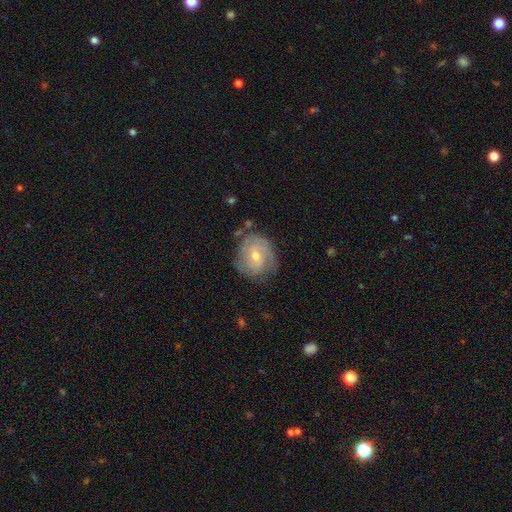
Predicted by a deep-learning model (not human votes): This appears to be a featured or disk galaxy (70%) with no bar (62%), 2 (38%) tight (63%) spiral arms (84%) and a moderate central bulge (50%). Merging: none (67%).